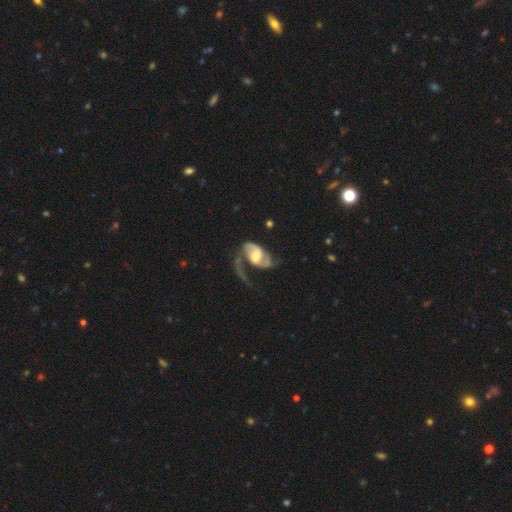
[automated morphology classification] Overall: featured or disk (79%). Edge-on disk: no (97%). Bar: weak (42%, tied with no). Spiral arms: yes (91%). Spiral arm count: 2 (62%; 1 27%). Spiral winding: loose (46%; medium 38%). Bulge size: moderate (46%; large 27%). Merging: major disturbance (52%; none 26%).